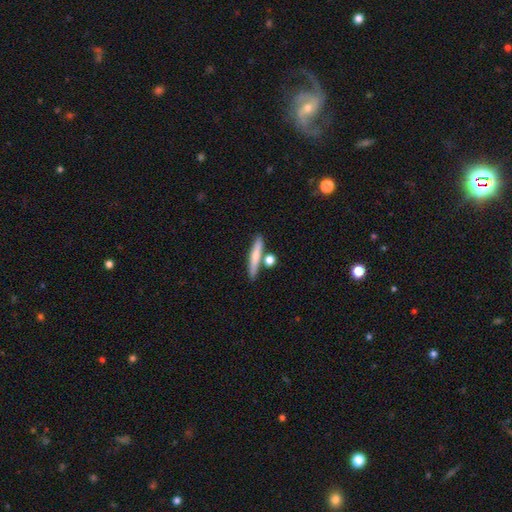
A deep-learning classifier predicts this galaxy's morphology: The model was most divided on "smooth or featured": smooth: 68%, featured or disk: 25%, star or artifact: 6%. More confident: how rounded — cigar-shaped (83%); merging — none (73%).